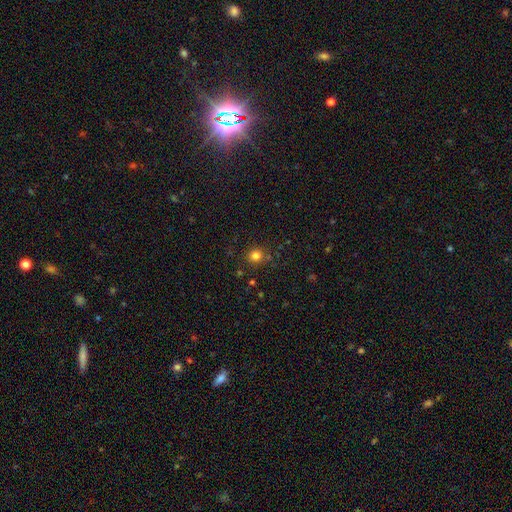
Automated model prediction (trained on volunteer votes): smooth-or-featured: smooth: 80% | star or artifact: 15% | featured or disk: 5%
  how-rounded: round: 91% | in between: 9% | cigar-shaped: 1%
  merging: none: 85% | minor disturbance: 8% | merger: 4% | major disturbance: 3%